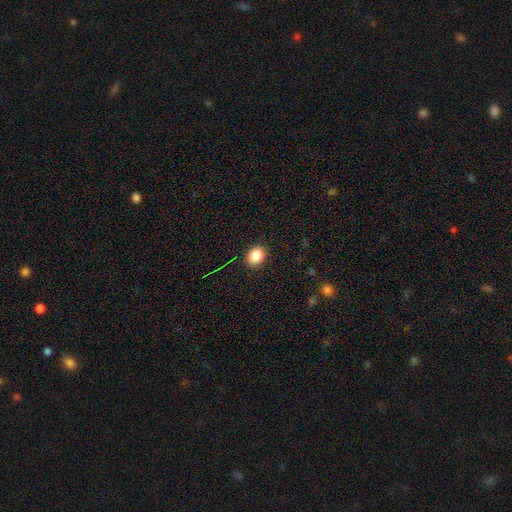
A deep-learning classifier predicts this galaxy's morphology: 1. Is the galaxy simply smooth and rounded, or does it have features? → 86% smooth, 10% star or artifact, 4% featured or disk.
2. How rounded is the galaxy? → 51% in between, 48% round, 1% cigar-shaped.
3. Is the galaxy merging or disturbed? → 89% none, 7% minor disturbance, 2% major disturbance, 1% merger.